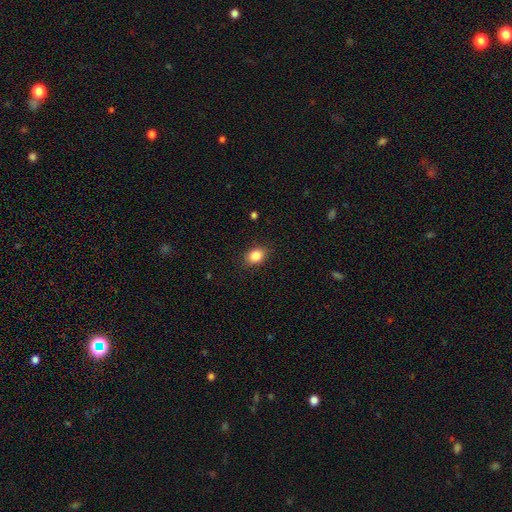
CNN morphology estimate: Smooth or featured? smooth (85%)
How rounded? in between (67%)
Merging? none (87%)